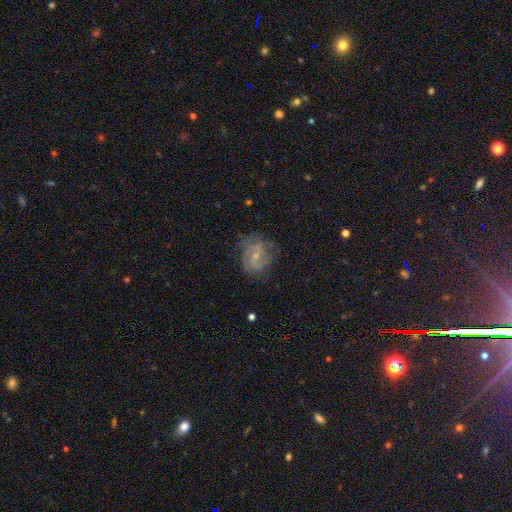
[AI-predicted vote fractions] smooth_or_featured: featured or disk (p=0.73) [alt: smooth p=0.19]
disk_edge_on: no (p=0.98) [alt: yes p=0.02]
bar: weak (p=0.49) [alt: no p=0.41]
has_spiral_arms: yes (p=0.89) [alt: no p=0.11]
spiral_winding: medium (p=0.47) [alt: tight p=0.30]
spiral_arm_count: 2 (p=0.54) [alt: can't tell p=0.23]
bulge_size: small (p=0.68) [alt: moderate p=0.26]
merging: none (p=0.67) [alt: minor disturbance p=0.21]